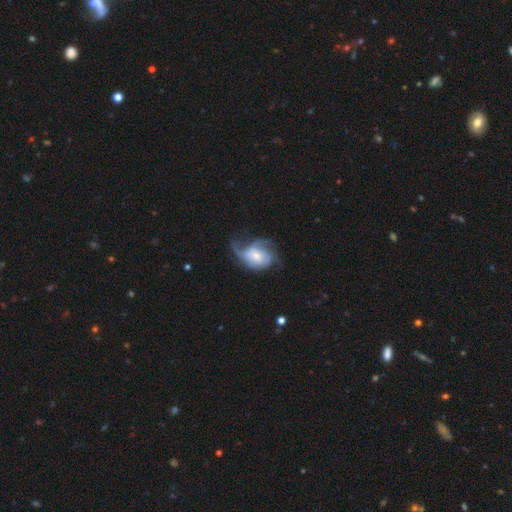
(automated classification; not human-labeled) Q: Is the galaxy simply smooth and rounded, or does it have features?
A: featured or disk — 70%.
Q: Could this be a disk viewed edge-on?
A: no — 97%.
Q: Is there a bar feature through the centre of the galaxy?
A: no — 65%.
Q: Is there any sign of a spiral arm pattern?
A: yes — 86%.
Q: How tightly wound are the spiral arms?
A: medium — 41%.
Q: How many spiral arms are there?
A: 3 — 29%.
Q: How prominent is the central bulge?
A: small — 41%.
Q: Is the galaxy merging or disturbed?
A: none — 37%, tied with major disturbance.